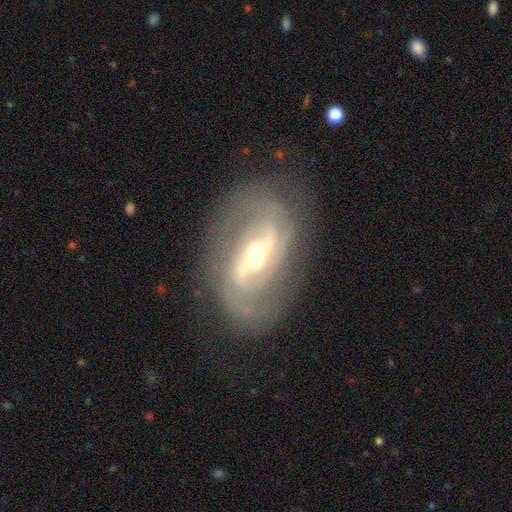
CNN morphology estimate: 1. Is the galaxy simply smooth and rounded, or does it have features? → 85% featured or disk, 9% smooth, 6% star or artifact.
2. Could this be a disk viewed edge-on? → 95% no, 5% yes.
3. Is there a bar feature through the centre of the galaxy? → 44% strong, 39% weak, 17% no.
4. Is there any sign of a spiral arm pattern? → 90% yes, 10% no.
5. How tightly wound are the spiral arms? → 42% medium, 34% tight, 24% loose.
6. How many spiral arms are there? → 75% 2, 13% can't tell, 6% 3, 3% 1, 2% 4, 2% more than 4.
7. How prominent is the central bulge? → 62% moderate, 29% small, 7% large, 1% dominant, 1% none.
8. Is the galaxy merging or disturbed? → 74% none, 16% minor disturbance, 9% major disturbance, 2% merger.